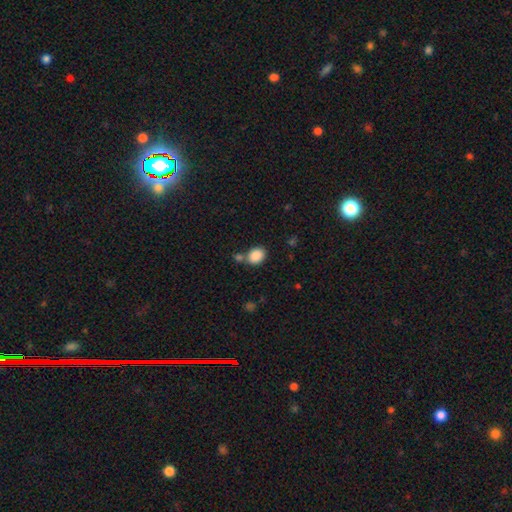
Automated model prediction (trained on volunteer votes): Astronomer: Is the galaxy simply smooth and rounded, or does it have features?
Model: smooth — 88%.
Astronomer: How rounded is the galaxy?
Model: in between — 61% (runner-up: round, 38%).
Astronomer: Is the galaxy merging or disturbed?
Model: none — 63%.